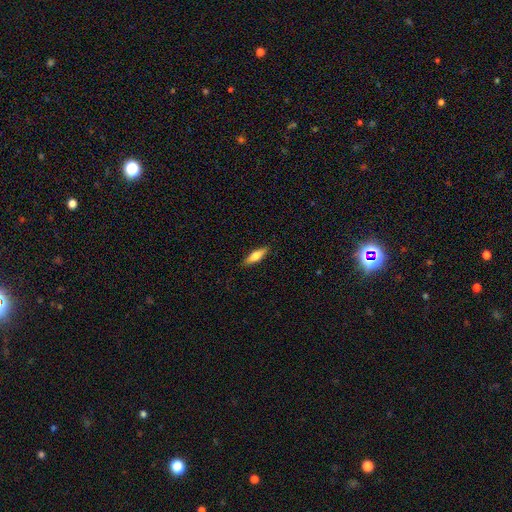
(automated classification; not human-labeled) Overall: smooth (66%; featured or disk 28%). How rounded: cigar-shaped (55%; in between 43%). Merging: none (88%).